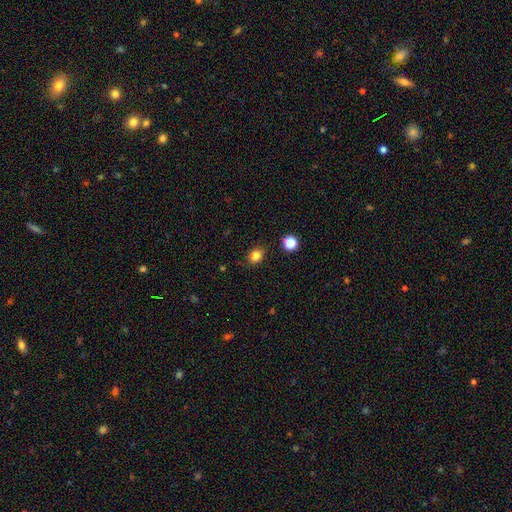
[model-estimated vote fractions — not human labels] Overall: smooth (83%). How rounded: round (57%; in between 42%). Merging: none (82%).